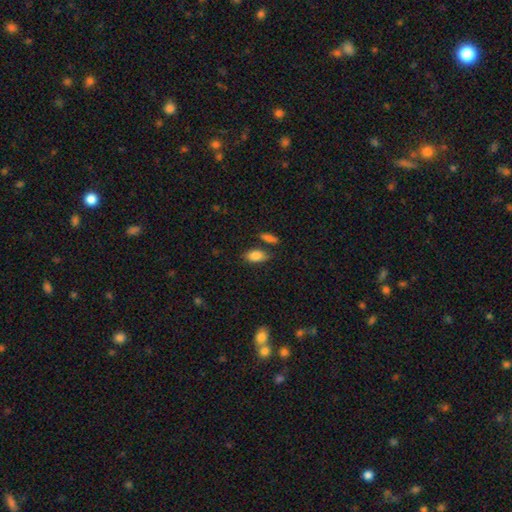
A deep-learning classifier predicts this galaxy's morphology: Smooth or featured: smooth — 86% (star or artifact — 7%)
How rounded: in between — 90% (cigar-shaped — 6%)
Merging: none — 73% (minor disturbance — 14%)